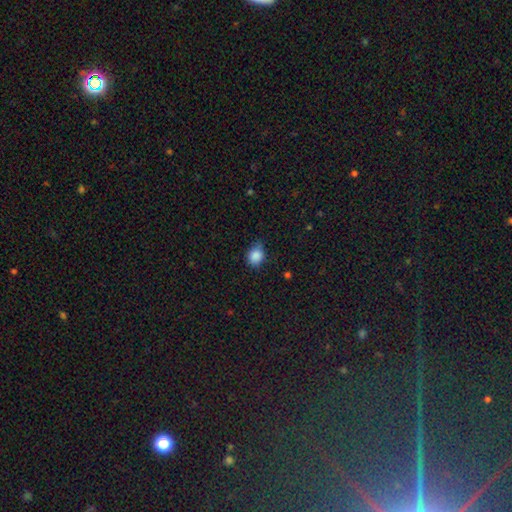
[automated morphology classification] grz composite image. It shows a smooth galaxy with no disk features (86%) that is round (63%). Merging: none (60%).